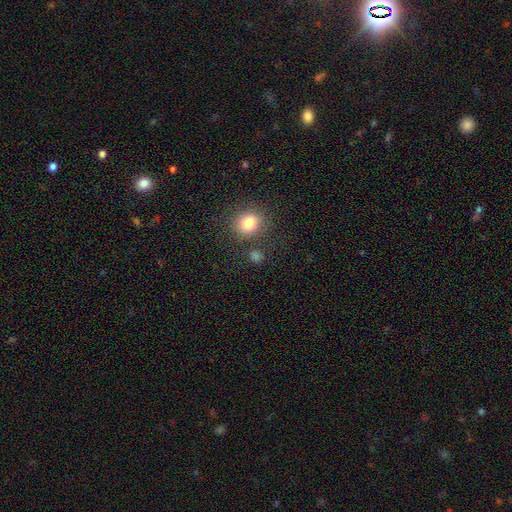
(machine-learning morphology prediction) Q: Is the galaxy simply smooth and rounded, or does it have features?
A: smooth — 78%.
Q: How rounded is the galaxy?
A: round — 70%.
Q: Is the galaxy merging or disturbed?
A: none — 77%.